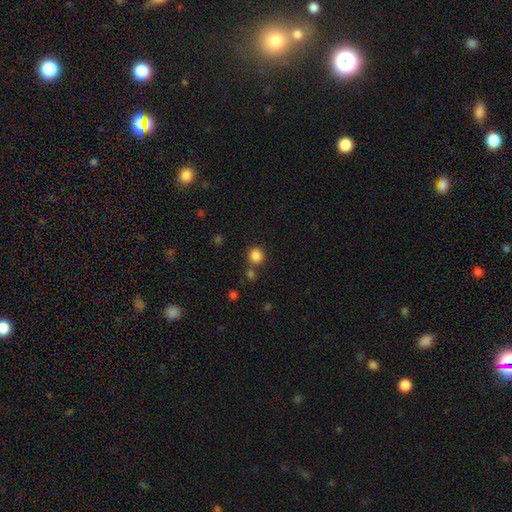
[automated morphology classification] A smooth galaxy with no disk features (85%) that is round (88%). Merging: none (74%).